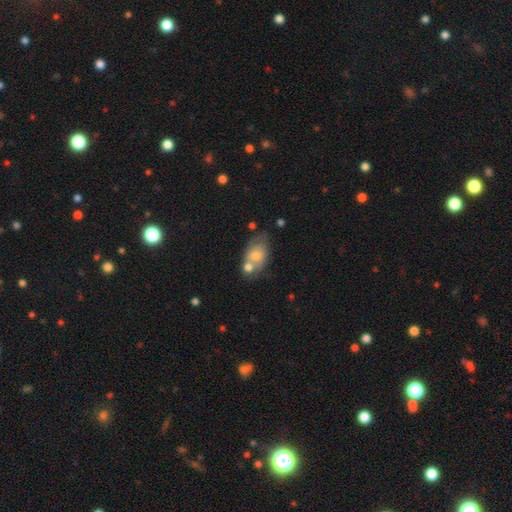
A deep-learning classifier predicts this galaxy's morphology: smooth-or-featured: smooth: 57% | featured or disk: 36% | star or artifact: 8%
  how-rounded: in between: 85% | round: 13% | cigar-shaped: 2%
  merging: merger: 36% | none: 35% | minor disturbance: 20% | major disturbance: 9%